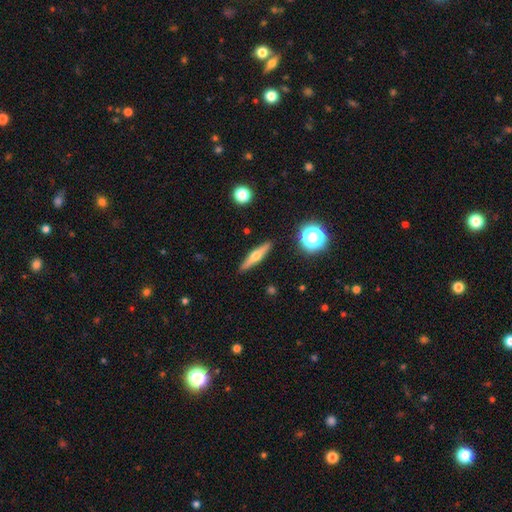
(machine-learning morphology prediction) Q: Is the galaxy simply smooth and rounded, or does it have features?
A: featured or disk — 55%.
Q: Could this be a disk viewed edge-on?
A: yes — 94%.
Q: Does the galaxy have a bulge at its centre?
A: rounded — 91%.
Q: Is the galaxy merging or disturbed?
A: none — 90%.